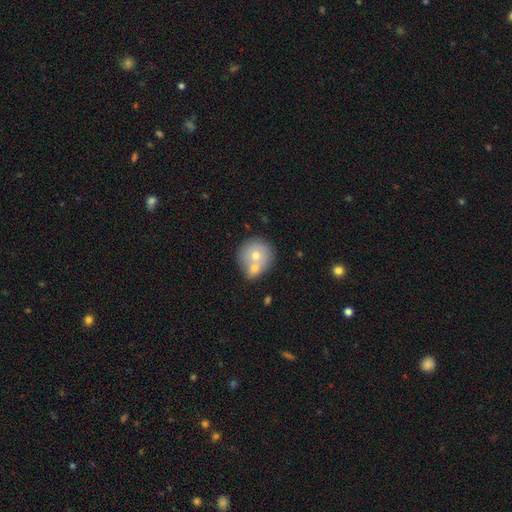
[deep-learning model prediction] smooth 66%, featured or disk 24%, star or artifact 10%. Down the decision tree: how rounded — round (90%); merging — merger (51%).